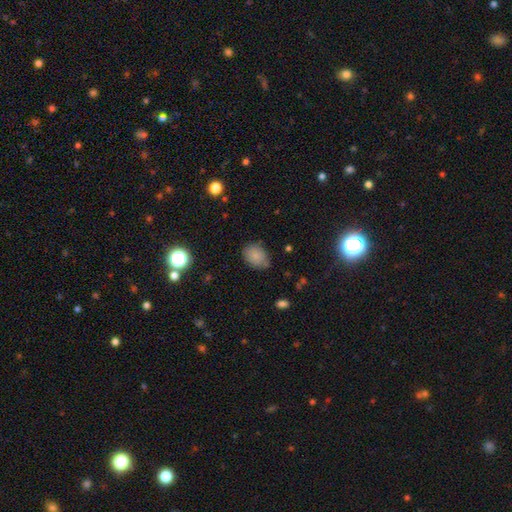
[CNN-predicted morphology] This is clearly a smooth galaxy (84%). How rounded: likely in between (70%). Merging: likely none (74%).